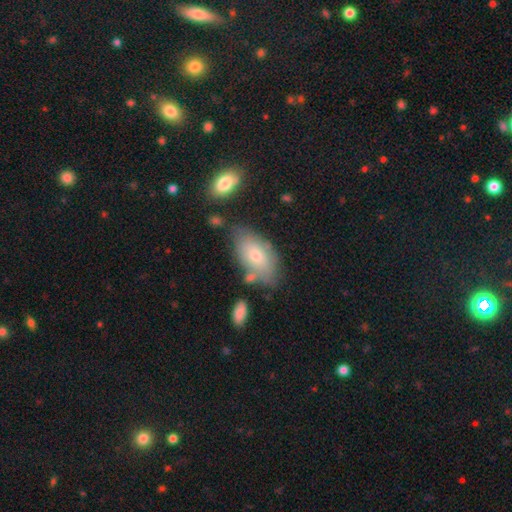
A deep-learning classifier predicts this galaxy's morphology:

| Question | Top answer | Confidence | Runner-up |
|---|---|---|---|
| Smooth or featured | smooth | 69% | featured or disk (24%) |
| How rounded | in between | 94% | round (3%) |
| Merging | none | 63% | minor disturbance (22%) |